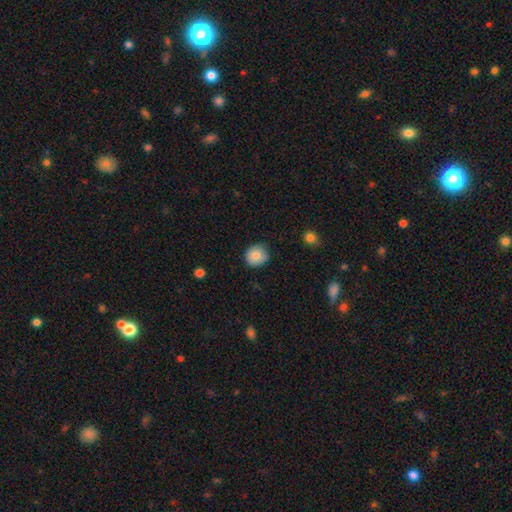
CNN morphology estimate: smooth_or_featured: smooth (p=0.83) [alt: featured or disk p=0.09]
how_rounded: round (p=0.84) [alt: in between p=0.15]
merging: none (p=0.78) [alt: minor disturbance p=0.18]